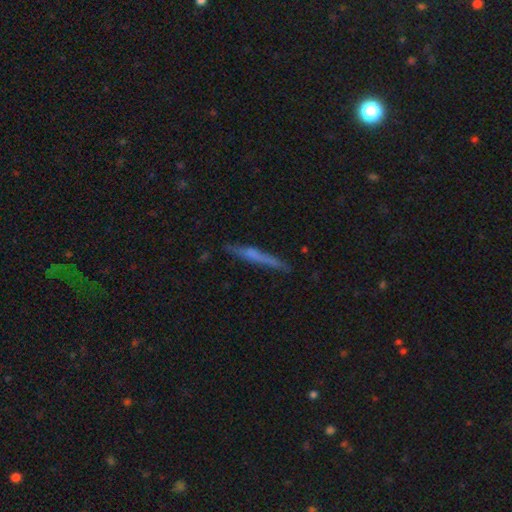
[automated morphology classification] smooth_or_featured: featured or disk (p=0.51) [alt: smooth p=0.42]
disk_edge_on: yes (p=0.96) [alt: no p=0.04]
merging: none (p=0.85) [alt: minor disturbance p=0.11]